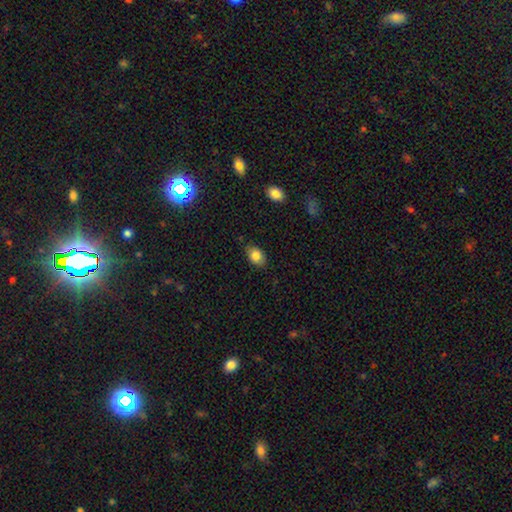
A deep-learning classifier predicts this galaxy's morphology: Q: Smooth or featured?
A: smooth (83%); runner-up: star or artifact (9%)
Q: How rounded?
A: in between (80%); runner-up: round (18%)
Q: Merging?
A: none (79%); runner-up: minor disturbance (17%)